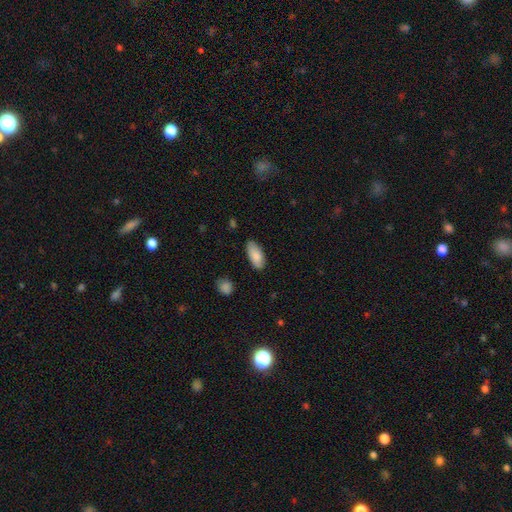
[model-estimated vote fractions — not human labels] smooth 86%, featured or disk 8%, star or artifact 6%. Down the decision tree: how rounded — in between (88%); merging — none (82%).